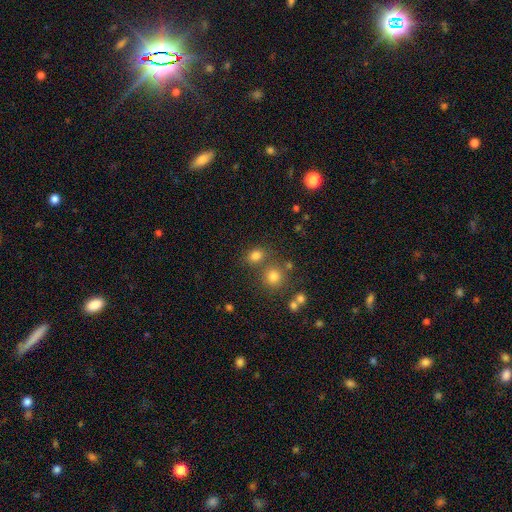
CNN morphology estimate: Smooth or featured?
  - smooth: 77% *
  - star or artifact: 16%
  - featured or disk: 7%
How rounded?
  - round: 55% *
  - in between: 44%
  - cigar-shaped: 1%
Merging?
  - none: 65% *
  - merger: 20%
  - minor disturbance: 11%
  - major disturbance: 4%